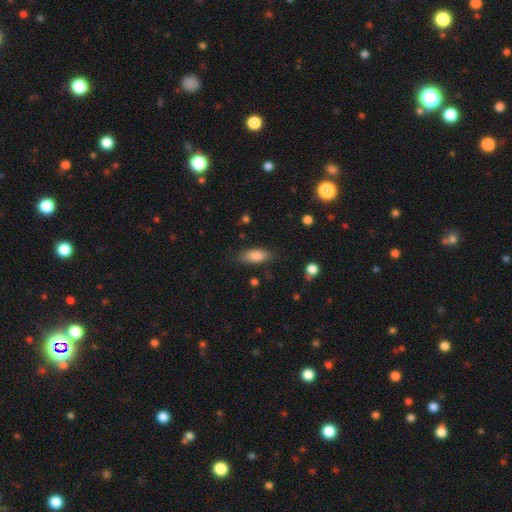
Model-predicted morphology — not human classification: Smooth or featured?
  - smooth: 84% *
  - featured or disk: 9%
  - star or artifact: 7%
How rounded?
  - in between: 80% *
  - cigar-shaped: 17%
  - round: 3%
Merging?
  - none: 80% *
  - minor disturbance: 15%
  - major disturbance: 4%
  - merger: 2%